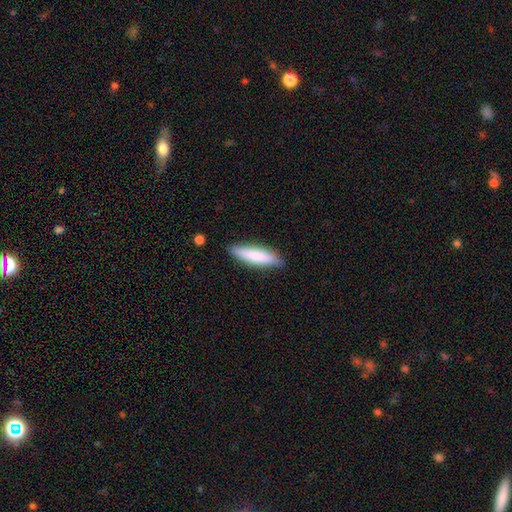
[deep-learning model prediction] smooth 79%, featured or disk 16%, star or artifact 5%. Down the decision tree: how rounded — cigar-shaped (73%); merging — none (85%).